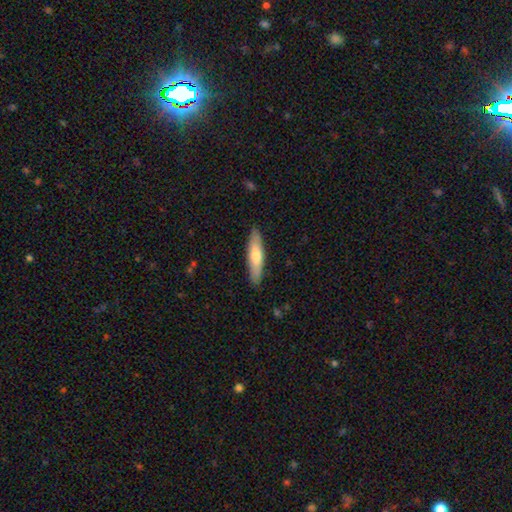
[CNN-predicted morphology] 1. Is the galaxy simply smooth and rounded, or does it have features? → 63% smooth, 32% featured or disk, 5% star or artifact.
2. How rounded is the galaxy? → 78% cigar-shaped, 20% in between, 1% round.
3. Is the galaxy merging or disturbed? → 89% none, 8% minor disturbance, 2% major disturbance, 1% merger.